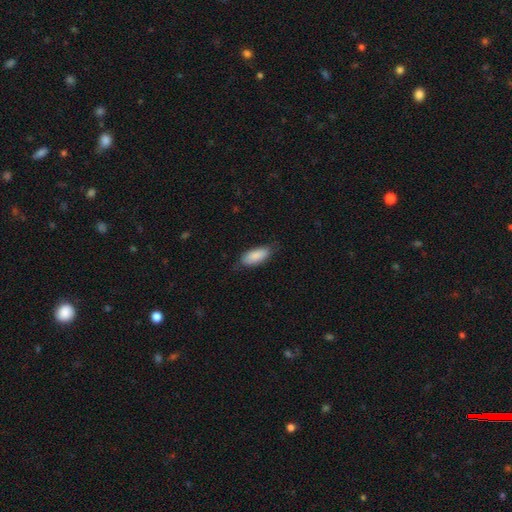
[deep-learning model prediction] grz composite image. It shows a smooth galaxy with no disk features (87%) that is in between round and cigar-shaped (85%). Merging: none (72%).